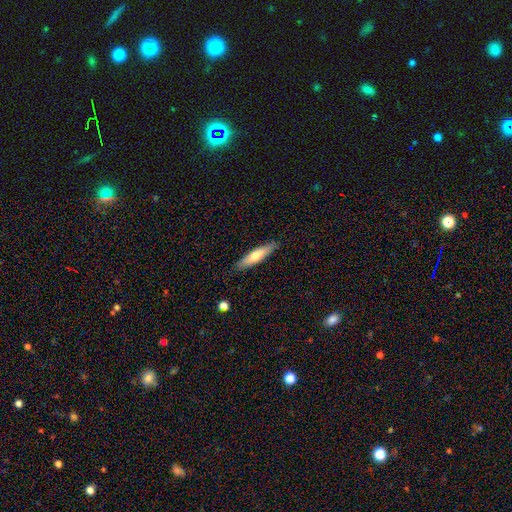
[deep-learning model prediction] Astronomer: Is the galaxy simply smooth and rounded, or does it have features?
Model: smooth — 62%.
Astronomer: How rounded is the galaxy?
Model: cigar-shaped — 79%.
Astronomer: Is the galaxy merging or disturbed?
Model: none — 86%.